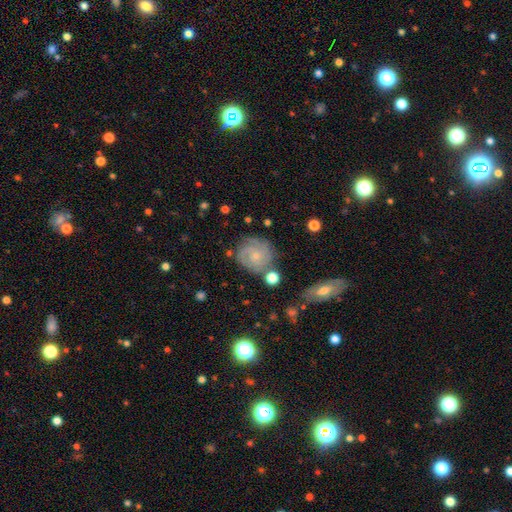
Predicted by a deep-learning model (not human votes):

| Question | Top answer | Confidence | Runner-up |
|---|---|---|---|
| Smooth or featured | featured or disk | 65% | smooth (27%) |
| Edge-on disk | no | 98% | yes (2%) |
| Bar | no | 78% | weak (19%) |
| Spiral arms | yes | 91% | no (9%) |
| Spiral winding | tight | 62% | medium (29%) |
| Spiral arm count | can't tell | 33% | 2 (25%) |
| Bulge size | small | 71% | moderate (21%) |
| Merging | none | 69% | minor disturbance (18%) |